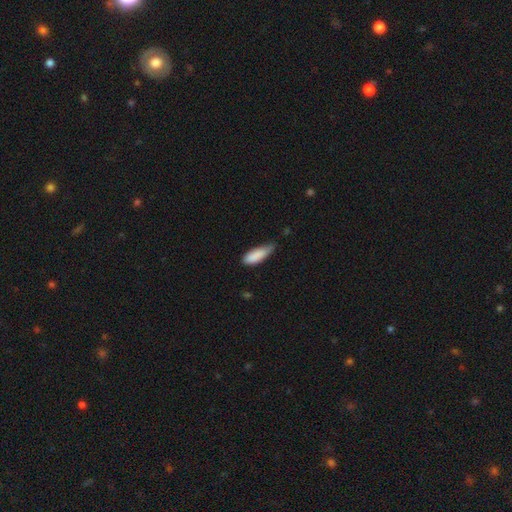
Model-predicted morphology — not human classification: Smooth or featured? smooth (87%)
How rounded? in between (61%)
Merging? minor disturbance (48%)